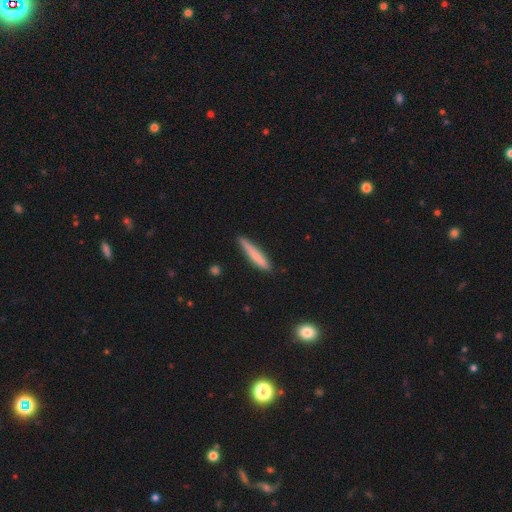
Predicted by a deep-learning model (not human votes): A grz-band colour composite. It shows a smooth galaxy with no disk features (74%) that is cigar-shaped (92%). Merging: none (80%).